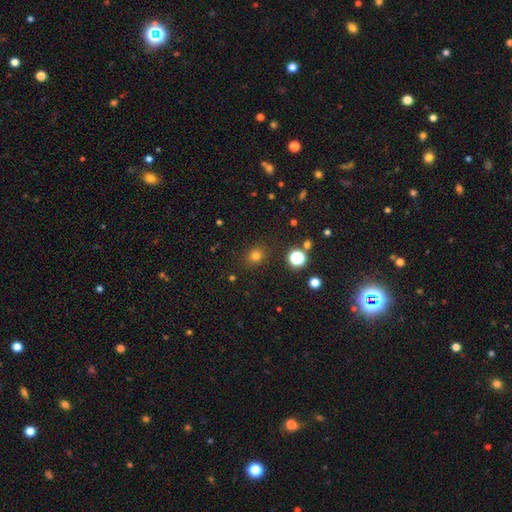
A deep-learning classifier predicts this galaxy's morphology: Q: Smooth or featured?
A: smooth (76%); runner-up: star or artifact (19%)
Q: How rounded?
A: round (81%); runner-up: in between (18%)
Q: Merging?
A: none (87%); runner-up: minor disturbance (8%)